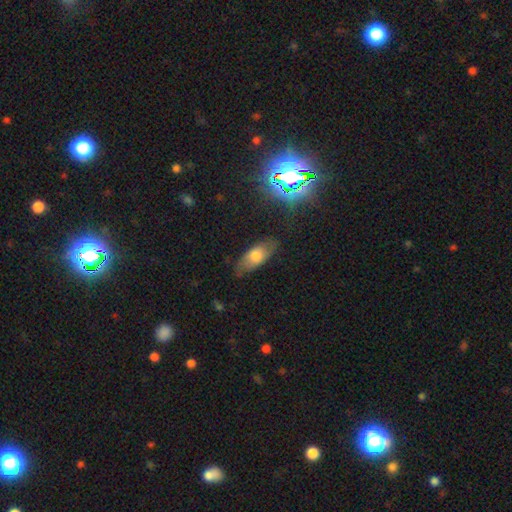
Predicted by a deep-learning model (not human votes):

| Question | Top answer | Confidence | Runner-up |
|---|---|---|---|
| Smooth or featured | smooth | 69% | featured or disk (21%) |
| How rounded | in between | 82% | cigar-shaped (14%) |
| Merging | none | 74% | minor disturbance (20%) |